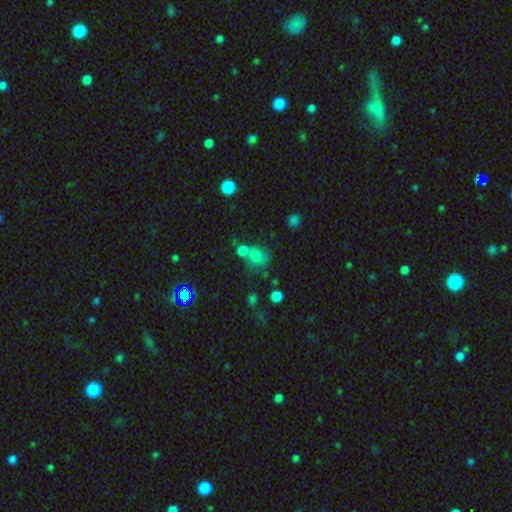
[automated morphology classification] The model was most divided on "merging": merger: 43%, none: 36%, minor disturbance: 13%, major disturbance: 8%. More confident: smooth or featured — smooth (69%); how rounded — round (68%).